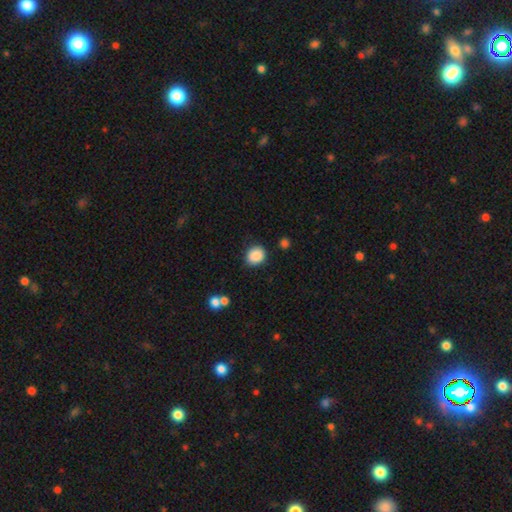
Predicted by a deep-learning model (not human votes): smooth_or_featured: smooth (p=0.88) [alt: star or artifact p=0.08]
how_rounded: round (p=0.69) [alt: in between p=0.30]
merging: none (p=0.83) [alt: minor disturbance p=0.11]